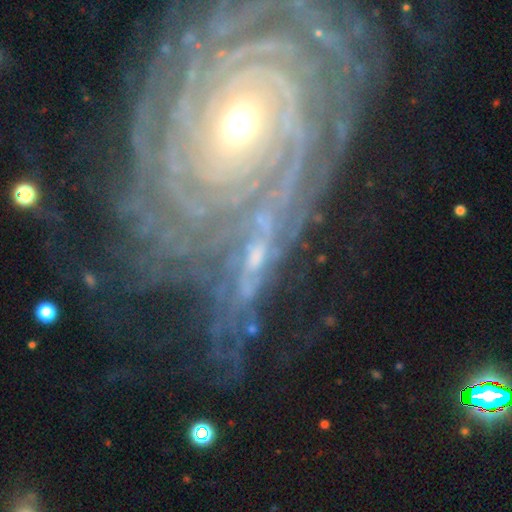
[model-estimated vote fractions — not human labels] This is clearly a featured or disk galaxy (82%). It is clearly not viewed edge-on (94%). Bar: likely no (67%). Spiral arm pattern: clearly yes (91%). Spiral arm count: marginally can't tell (38%). Spiral winding: likely tight (79%). Central bulge: possibly small (53%). Merging: possibly none (57%).